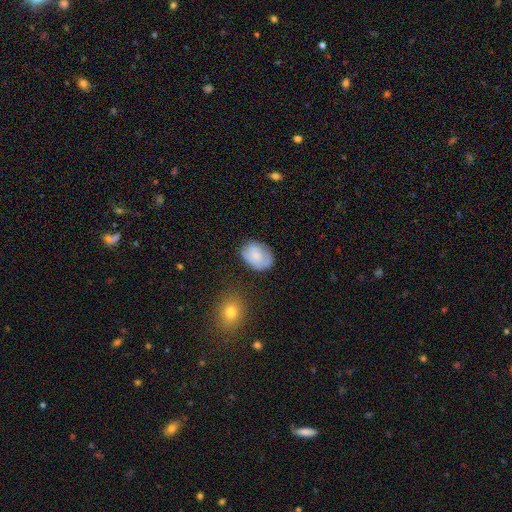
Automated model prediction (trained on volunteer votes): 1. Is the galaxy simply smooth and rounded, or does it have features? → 65% smooth, 27% featured or disk, 8% star or artifact.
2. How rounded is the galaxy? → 72% in between, 27% round, 1% cigar-shaped.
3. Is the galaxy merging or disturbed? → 64% none, 24% minor disturbance, 8% major disturbance, 4% merger.